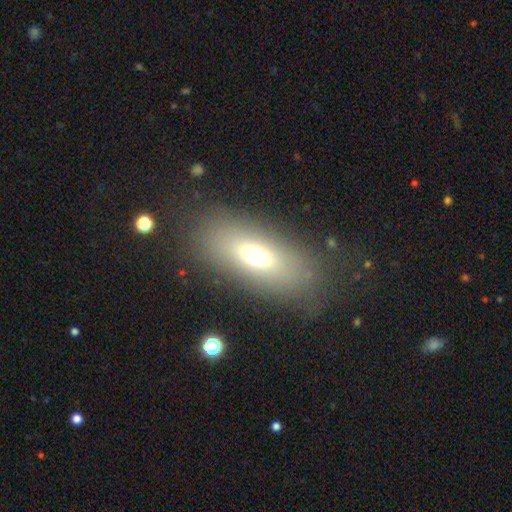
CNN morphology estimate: Q: Smooth or featured?
A: smooth (65%); runner-up: featured or disk (23%)
Q: How rounded?
A: in between (78%); runner-up: cigar-shaped (17%)
Q: Merging?
A: none (80%); runner-up: minor disturbance (11%)